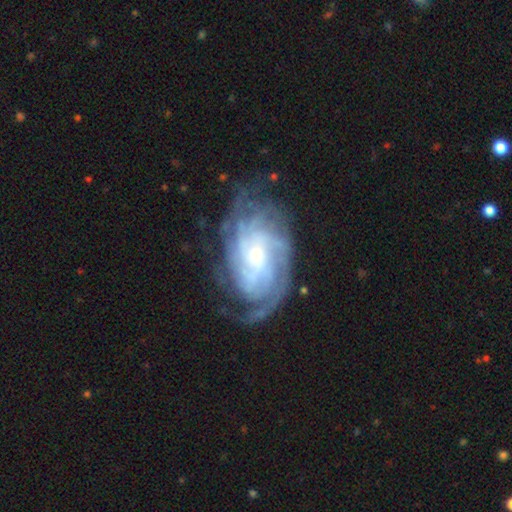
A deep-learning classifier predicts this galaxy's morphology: smooth-or-featured: featured or disk: 88% | smooth: 6% | star or artifact: 6%
  disk-edge-on: no: 96% | yes: 4%
    bar: no: 66% | weak: 26% | strong: 7%
    has-spiral-arms: yes: 97% | no: 3%
      spiral-winding: tight: 69% | medium: 25% | loose: 6%
      spiral-arm-count: can't tell: 30% | 4: 22% | more than 4: 21% | 3: 12% | 2: 10% | 1: 6%
    bulge-size: small: 66% | moderate: 28% | large: 3% | none: 2% | dominant: 1%
  merging: none: 72% | minor disturbance: 17% | major disturbance: 9% | merger: 1%